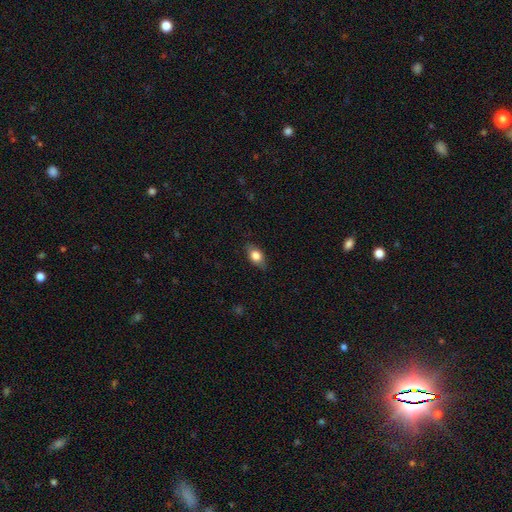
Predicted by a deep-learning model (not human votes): smooth-or-featured: smooth: 80% | featured or disk: 13% | star or artifact: 8%
  how-rounded: in between: 83% | round: 12% | cigar-shaped: 5%
  merging: none: 83% | minor disturbance: 13% | major disturbance: 3% | merger: 1%